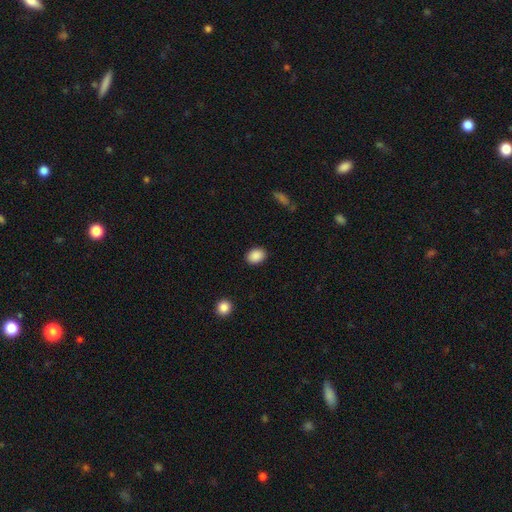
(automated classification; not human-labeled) smooth_or_featured: smooth (p=0.89) [alt: star or artifact p=0.08]
how_rounded: in between (p=0.68) [alt: round p=0.31]
merging: none (p=0.89) [alt: minor disturbance p=0.07]